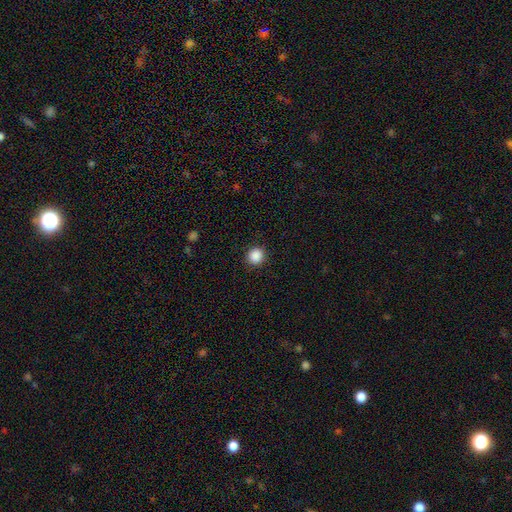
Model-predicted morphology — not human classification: smooth_or_featured: smooth (p=0.88) [alt: star or artifact p=0.10]
how_rounded: round (p=0.89) [alt: in between p=0.10]
merging: none (p=0.91) [alt: minor disturbance p=0.06]